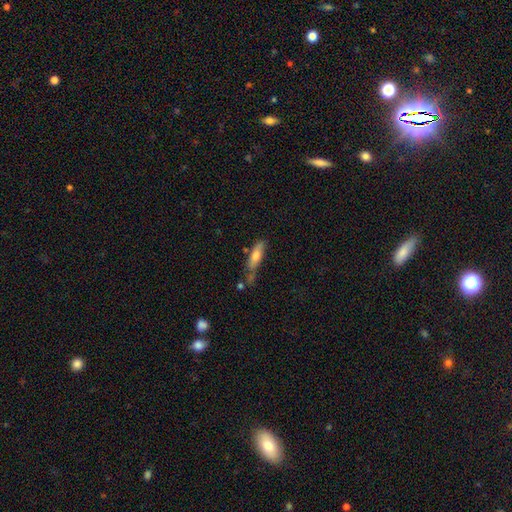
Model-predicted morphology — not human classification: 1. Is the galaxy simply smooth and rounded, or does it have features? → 65% smooth, 28% featured or disk, 7% star or artifact.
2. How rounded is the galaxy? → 64% cigar-shaped, 34% in between, 2% round.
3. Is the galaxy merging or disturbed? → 53% none, 25% minor disturbance, 13% merger, 9% major disturbance.